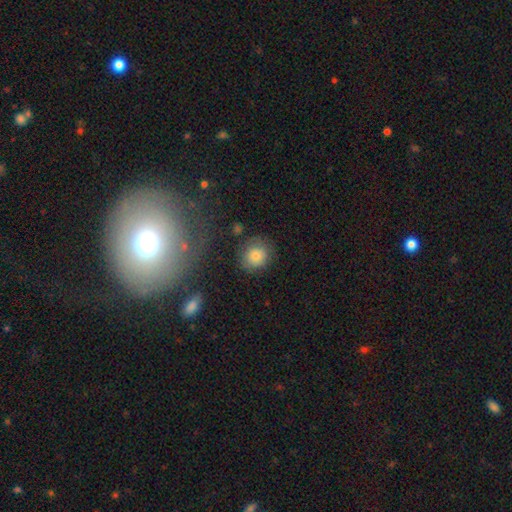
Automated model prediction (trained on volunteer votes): Overall: smooth (81%). How rounded: round (81%). Merging: none (79%).